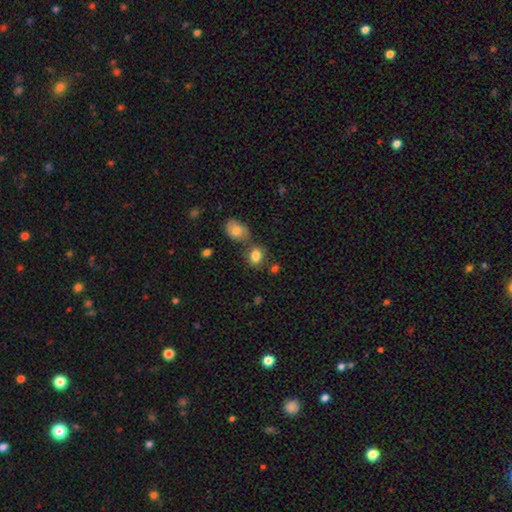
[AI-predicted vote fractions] Smooth or featured? Predicted: smooth (p=0.82). How rounded? Predicted: in between (p=0.68). Merging? Predicted: none (p=0.55).